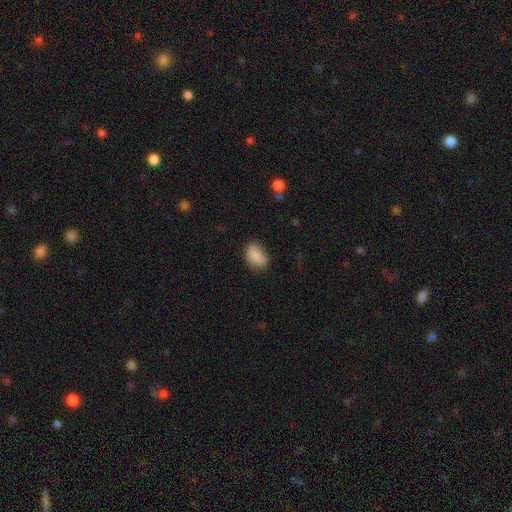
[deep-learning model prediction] Smooth or featured?
  - smooth: 87% *
  - star or artifact: 7%
  - featured or disk: 6%
How rounded?
  - in between: 89% *
  - round: 9%
  - cigar-shaped: 2%
Merging?
  - none: 77% *
  - minor disturbance: 18%
  - major disturbance: 4%
  - merger: 1%